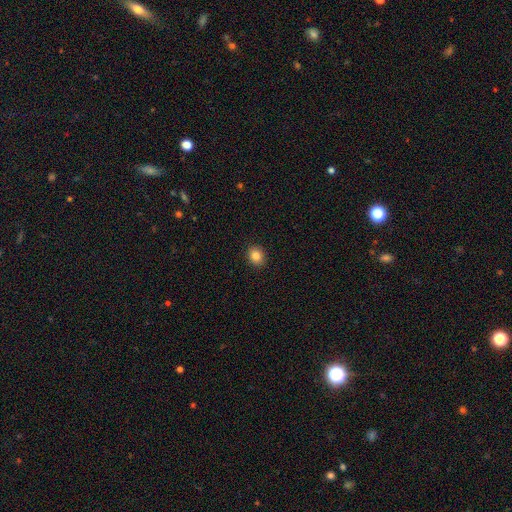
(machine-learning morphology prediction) This appears to be a smooth galaxy with no disk features (85%) that is round (67%). Merging: none (91%).